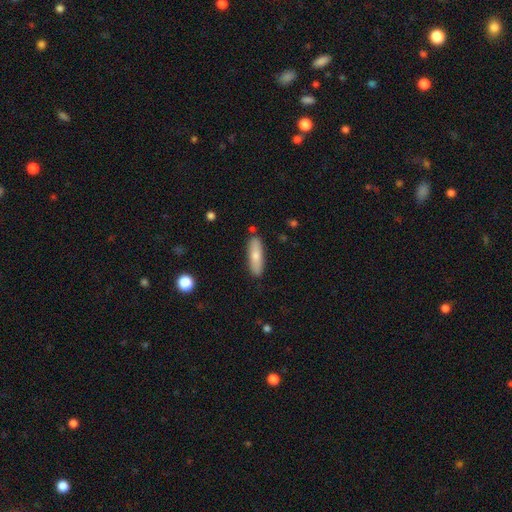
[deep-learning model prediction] A smooth galaxy with no disk features (73%) that is cigar-shaped (58%). Merging: none (84%).